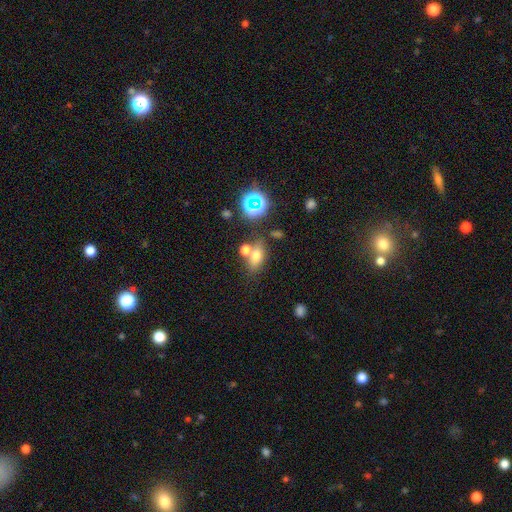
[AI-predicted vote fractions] A smooth galaxy with no disk features (67%) that is in between round and cigar-shaped (71%).

Vote fractions:
- Smooth or featured? smooth: 67% / star or artifact: 19% / featured or disk: 14%
- How rounded? in between: 71% / round: 22% / cigar-shaped: 8%
- Merging? none: 57% / merger: 25% / minor disturbance: 12% / major disturbance: 5%